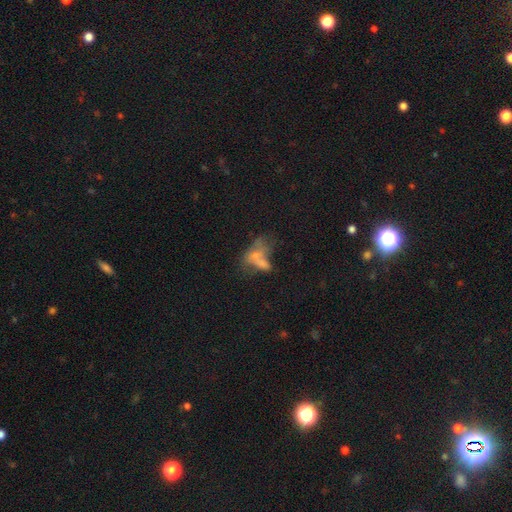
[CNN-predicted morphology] smooth_or_featured: smooth (p=0.39) [alt: featured or disk p=0.36]
merging: merger (p=0.40) [alt: none p=0.24]